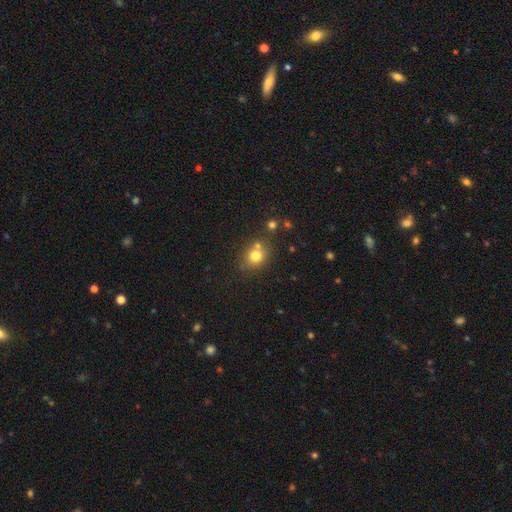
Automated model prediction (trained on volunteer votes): A smooth galaxy with no disk features (76%) that is round (71%). Merging: none (62%).